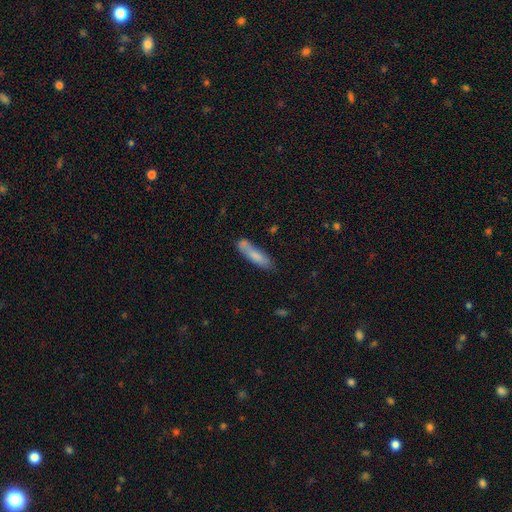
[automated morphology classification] This appears to be a smooth galaxy with no disk features (78%) that is cigar-shaped (67%). Merging: none (60%).